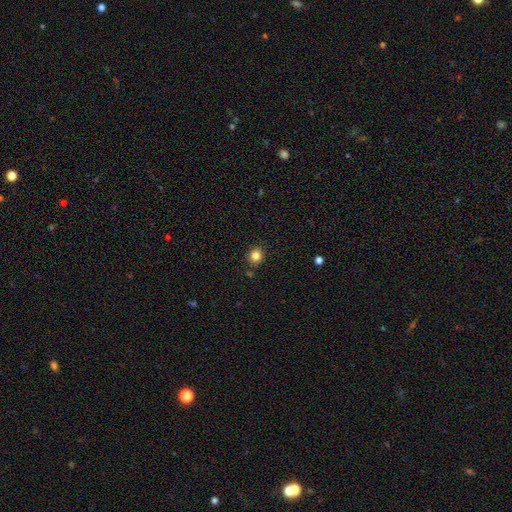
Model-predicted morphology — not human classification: The model was most divided on "how rounded": round: 82%, in between: 17%, cigar-shaped: 1%. More confident: merging — none (87%); smooth or featured — smooth (83%).